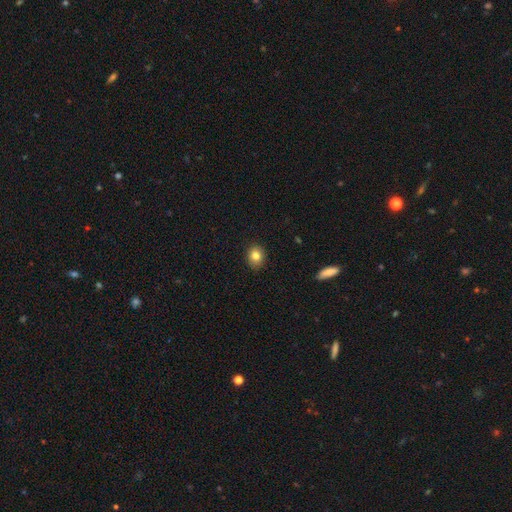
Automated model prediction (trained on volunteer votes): smooth-or-featured: smooth: 81% | star or artifact: 10% | featured or disk: 9%
  how-rounded: round: 61% | in between: 38% | cigar-shaped: 1%
  merging: none: 88% | minor disturbance: 9% | major disturbance: 2% | merger: 1%